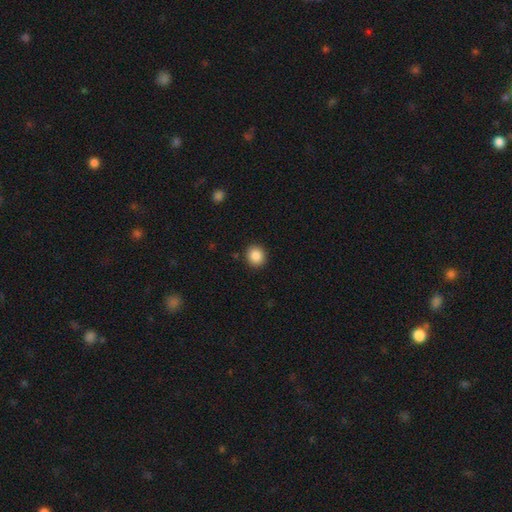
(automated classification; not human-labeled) Smooth or featured? smooth (87%)
How rounded? round (84%)
Merging? none (90%)